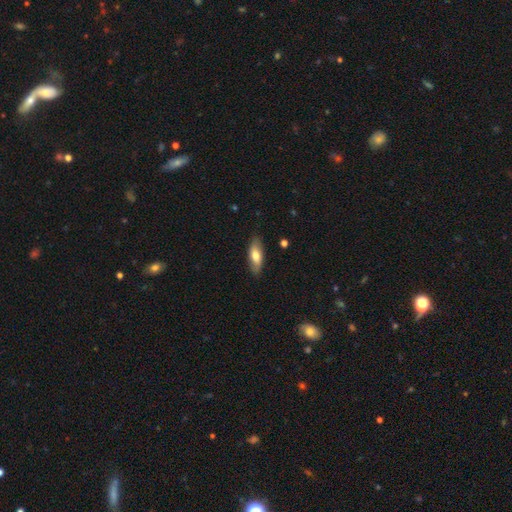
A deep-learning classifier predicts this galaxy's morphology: Smooth or featured: smooth — 68% (featured or disk — 26%)
How rounded: in between — 72% (cigar-shaped — 25%)
Merging: none — 83% (minor disturbance — 14%)